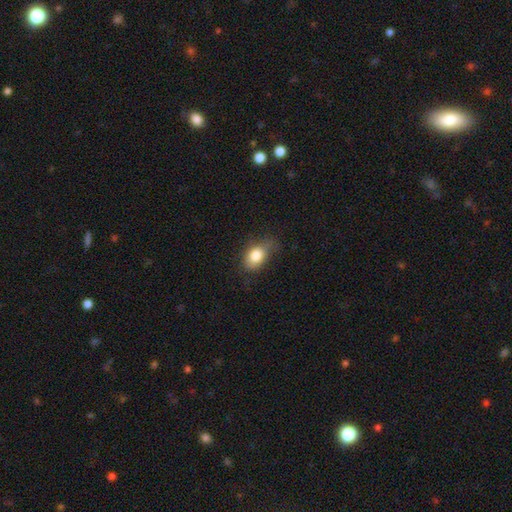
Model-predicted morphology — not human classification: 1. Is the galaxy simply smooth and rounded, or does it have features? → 81% smooth, 11% featured or disk, 9% star or artifact.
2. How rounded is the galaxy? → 76% in between, 22% round, 2% cigar-shaped.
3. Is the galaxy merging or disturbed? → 53% none, 35% minor disturbance, 11% major disturbance, 2% merger.